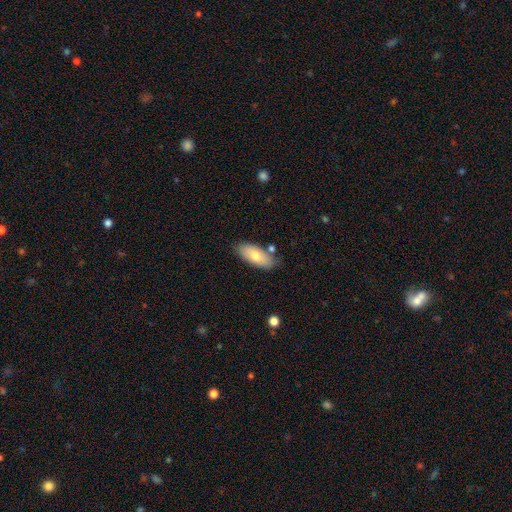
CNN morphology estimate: Smooth or featured? smooth (74%)
How rounded? in between (87%)
Merging? none (75%)